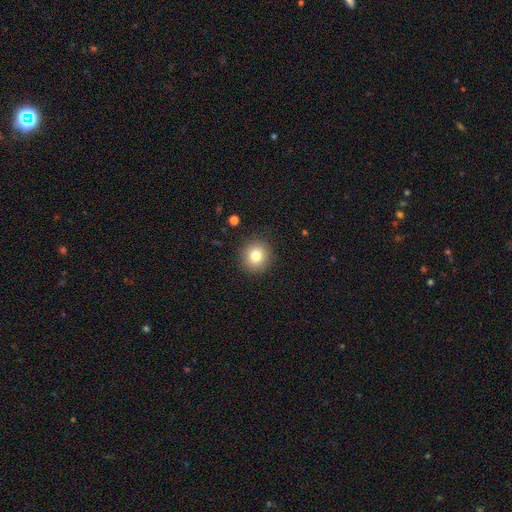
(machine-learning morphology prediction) Smooth or featured?
  - smooth: 80% *
  - star or artifact: 11%
  - featured or disk: 9%
How rounded?
  - round: 91% *
  - in between: 8%
  - cigar-shaped: 1%
Merging?
  - none: 90% *
  - minor disturbance: 7%
  - major disturbance: 2%
  - merger: 1%